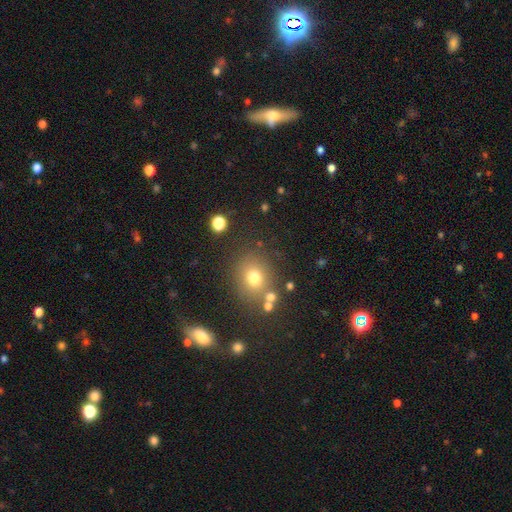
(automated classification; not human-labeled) smooth_or_featured: smooth (p=0.55) [alt: star or artifact p=0.32]
how_rounded: round (p=0.77) [alt: in between p=0.22]
merging: none (p=0.76) [alt: merger p=0.12]